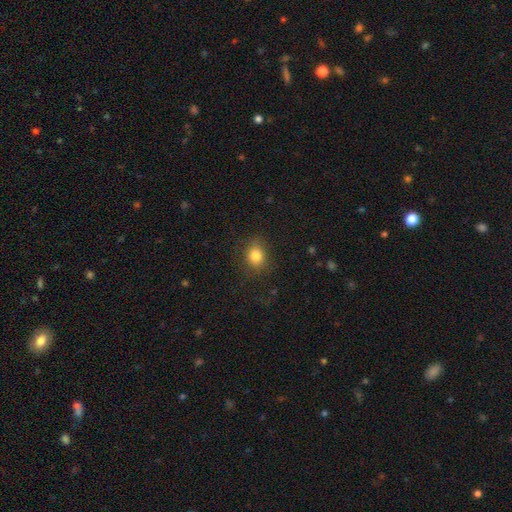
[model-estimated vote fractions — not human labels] Morphology: type=smooth (82%); roundness=round (67%); merging=none (82%).